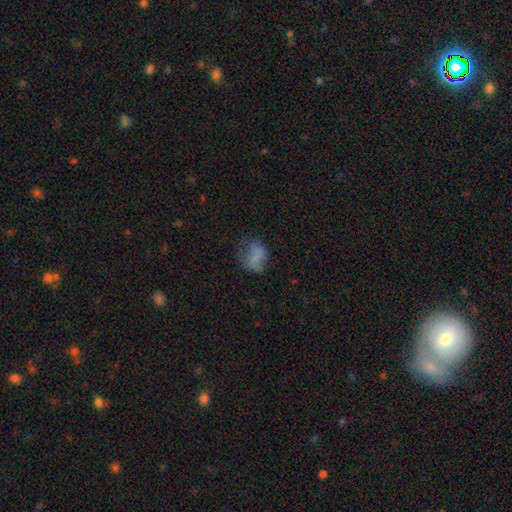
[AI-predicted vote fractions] Smooth or featured: smooth — 67% (featured or disk — 20%)
How rounded: in between — 58% (round — 40%)
Merging: none — 44% (minor disturbance — 28%)